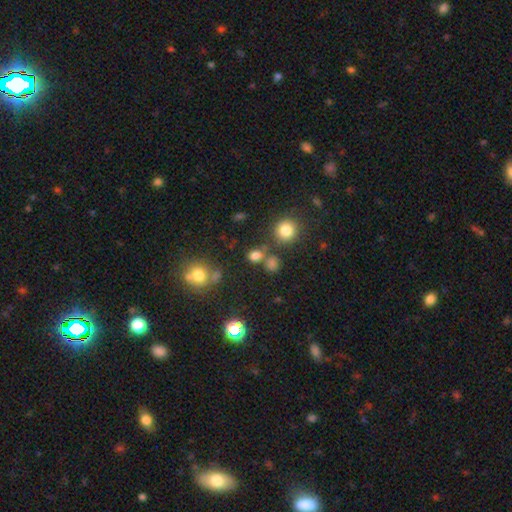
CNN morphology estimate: This appears to be a smooth galaxy with no disk features (74%) that is round (61%). Merging: none (64%).